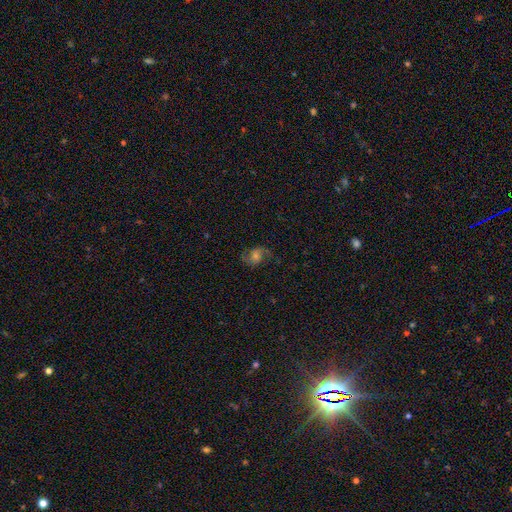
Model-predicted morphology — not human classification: Smooth or featured: featured or disk — 70% (smooth — 18%)
Edge-on disk: no — 97% (yes — 3%)
Bar: no — 63% (weak — 31%)
Spiral arms: yes — 94% (no — 6%)
Spiral winding: medium — 46% (loose — 41%)
Spiral arm count: 2 — 90% (can't tell — 4%)
Bulge size: moderate — 53% (small — 29%)
Merging: none — 76% (minor disturbance — 15%)